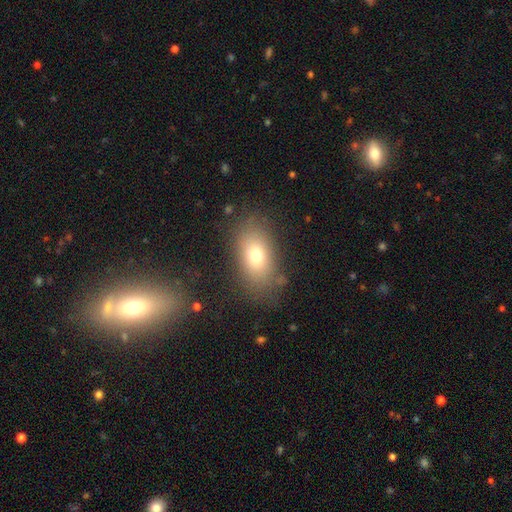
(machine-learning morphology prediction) The model was most divided on "smooth or featured": smooth: 72%, featured or disk: 16%, star or artifact: 12%. More confident: how rounded — in between (84%); merging — none (80%).